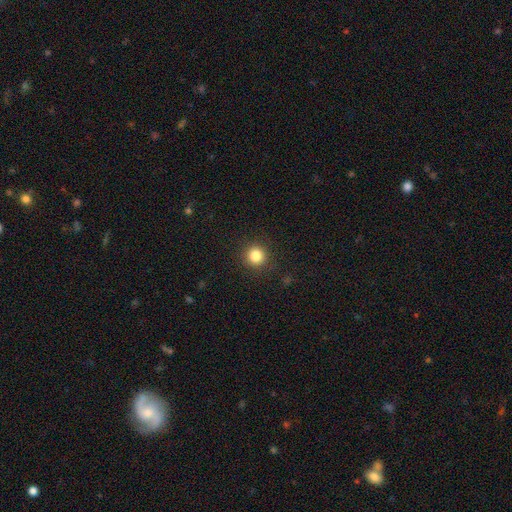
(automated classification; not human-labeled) Smooth or featured? smooth (84%)
How rounded? round (94%)
Merging? none (91%)